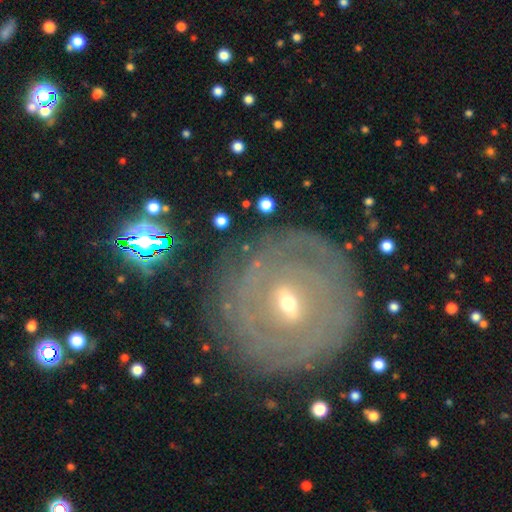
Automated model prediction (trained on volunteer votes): smooth-or-featured: featured or disk: 71% | smooth: 18% | star or artifact: 11%
  disk-edge-on: no: 94% | yes: 6%
    bar: weak: 47% | no: 30% | strong: 23%
    has-spiral-arms: yes: 71% | no: 29%
    bulge-size: small: 63% | moderate: 33% | large: 2% | none: 1% | dominant: 1%
  merging: none: 85% | minor disturbance: 9% | major disturbance: 4% | merger: 2%